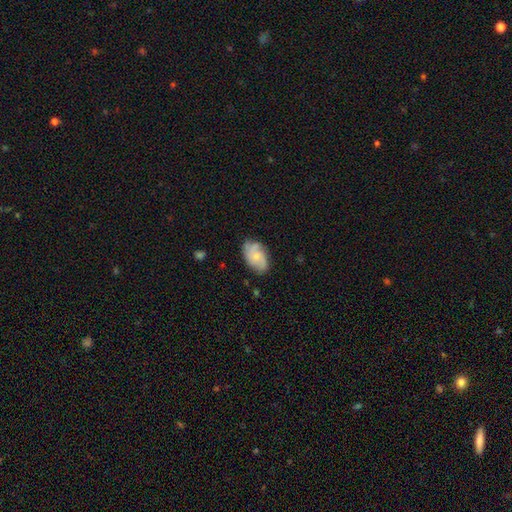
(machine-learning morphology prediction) A featured or disk galaxy (50%). Merging: none (67%).